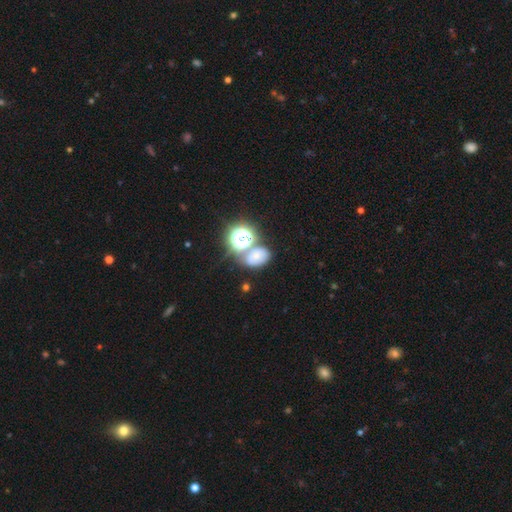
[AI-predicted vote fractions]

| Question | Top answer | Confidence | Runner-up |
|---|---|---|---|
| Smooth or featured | smooth | 57% | star or artifact (26%) |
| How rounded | in between | 63% | round (36%) |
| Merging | none | 57% | merger (24%) |